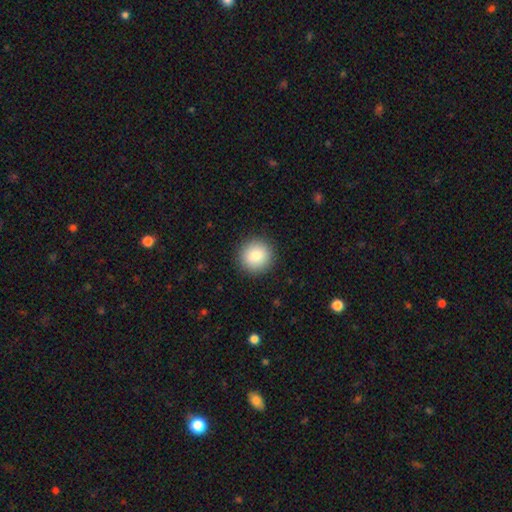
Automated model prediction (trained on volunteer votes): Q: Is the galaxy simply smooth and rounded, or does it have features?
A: smooth — 87%.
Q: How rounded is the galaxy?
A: round — 93%.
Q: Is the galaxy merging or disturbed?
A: none — 92%.